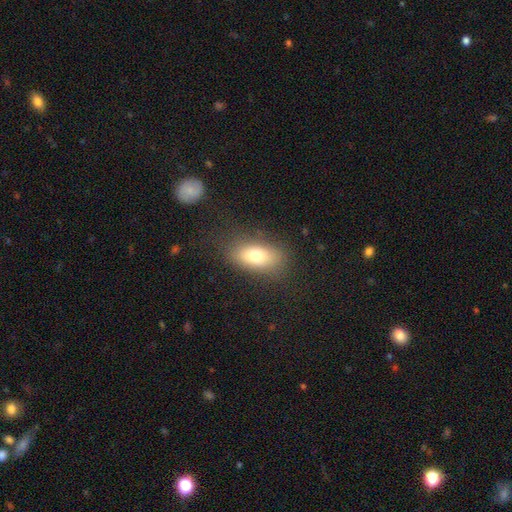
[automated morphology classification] A smooth galaxy with no disk features (76%) that is in between round and cigar-shaped (85%). Merging: none (79%).